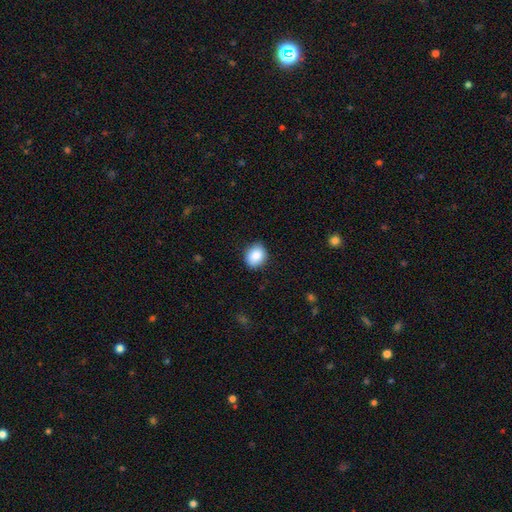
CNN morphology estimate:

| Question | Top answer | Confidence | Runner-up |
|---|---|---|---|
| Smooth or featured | smooth | 88% | star or artifact (8%) |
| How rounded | round | 57% | in between (42%) |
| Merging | none | 86% | minor disturbance (10%) |